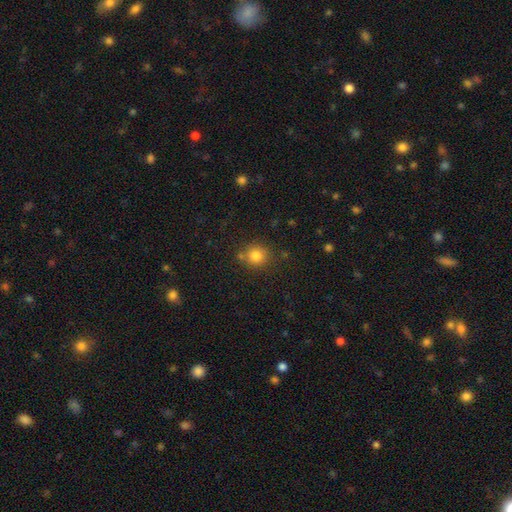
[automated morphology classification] Smooth or featured?
  - smooth: 82% *
  - star or artifact: 12%
  - featured or disk: 6%
How rounded?
  - round: 88% *
  - in between: 11%
  - cigar-shaped: 1%
Merging?
  - none: 77% *
  - minor disturbance: 11%
  - merger: 8%
  - major disturbance: 4%